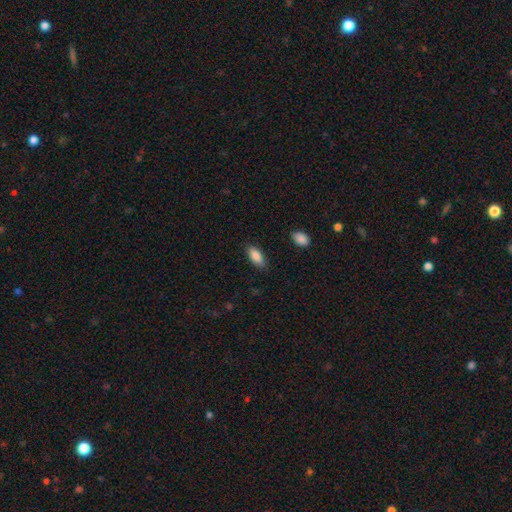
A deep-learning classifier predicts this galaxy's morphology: This appears to be a smooth galaxy with no disk features (86%) that is in between round and cigar-shaped (83%). Merging: none (82%).